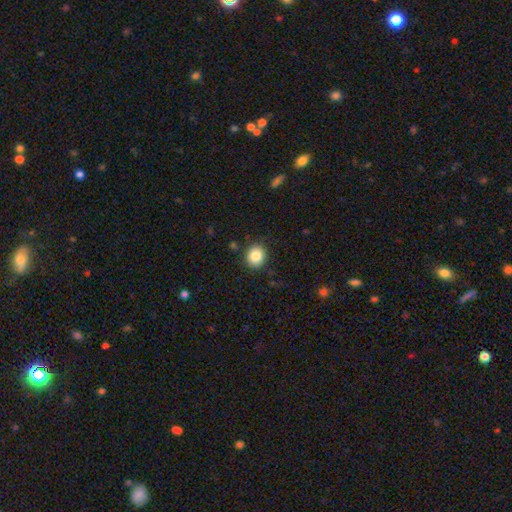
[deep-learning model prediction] A smooth galaxy with no disk features (84%) that is round (73%). Merging: none (89%).